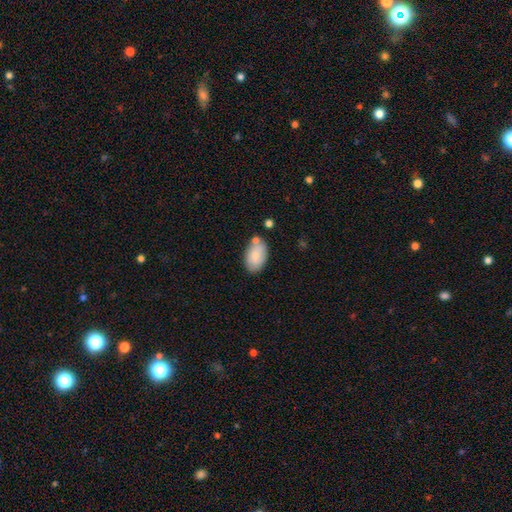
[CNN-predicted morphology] A smooth galaxy with no disk features (79%) that is in between round and cigar-shaped (93%). Merging: none (68%).